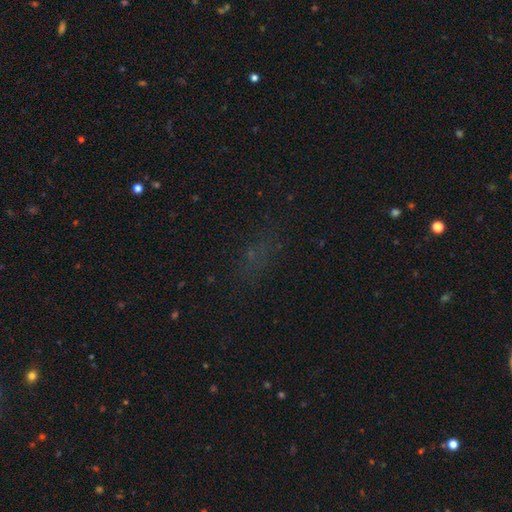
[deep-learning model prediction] smooth-or-featured: star or artifact: 46% | smooth: 39% | featured or disk: 15%